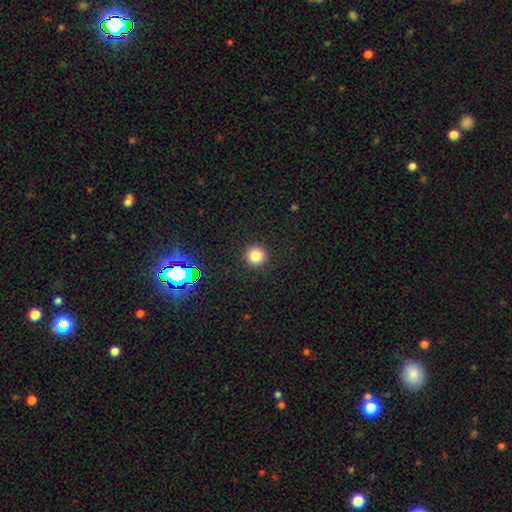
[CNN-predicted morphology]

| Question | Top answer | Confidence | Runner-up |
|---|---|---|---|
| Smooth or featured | smooth | 80% | star or artifact (15%) |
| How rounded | round | 95% | in between (4%) |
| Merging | none | 92% | minor disturbance (5%) |